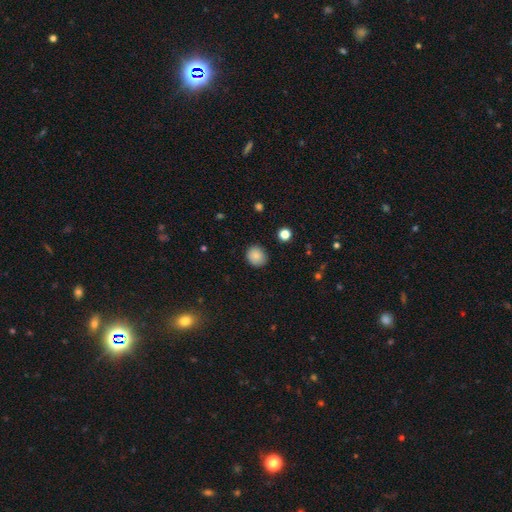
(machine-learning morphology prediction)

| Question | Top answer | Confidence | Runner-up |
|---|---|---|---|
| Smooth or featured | smooth | 86% | star or artifact (9%) |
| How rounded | round | 83% | in between (16%) |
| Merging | none | 87% | minor disturbance (9%) |